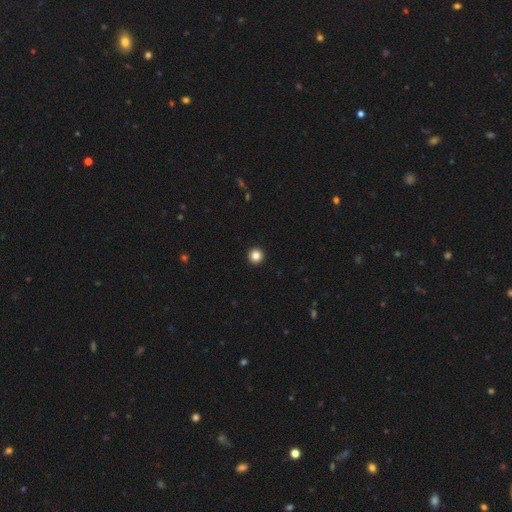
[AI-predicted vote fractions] Smooth or featured? smooth (85%)
How rounded? round (97%)
Merging? none (95%)